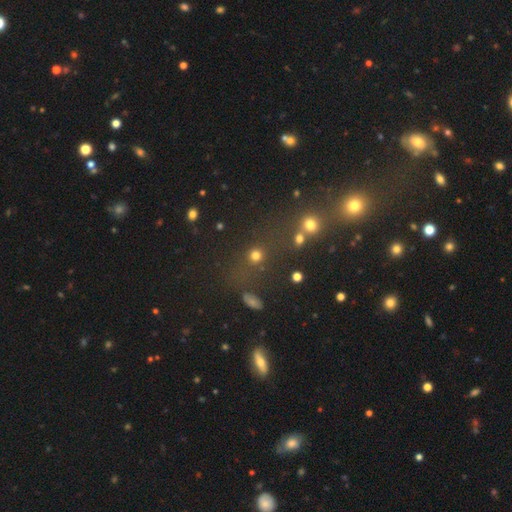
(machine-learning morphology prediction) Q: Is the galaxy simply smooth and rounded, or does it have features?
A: smooth — 74%.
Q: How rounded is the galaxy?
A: round — 86%.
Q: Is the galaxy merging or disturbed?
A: none — 68%.